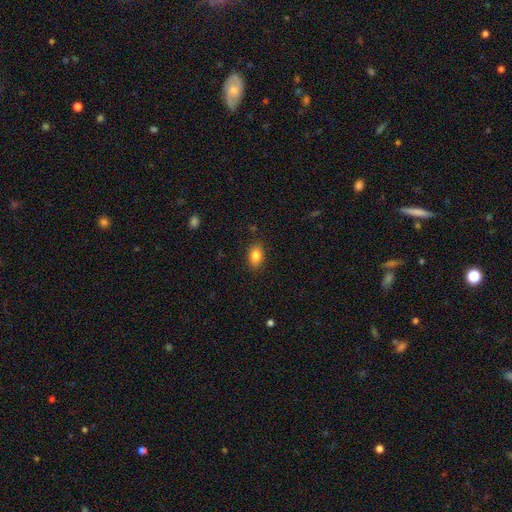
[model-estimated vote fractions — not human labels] Morphology: type=smooth (84%); roundness=in between (84%); merging=none (86%).